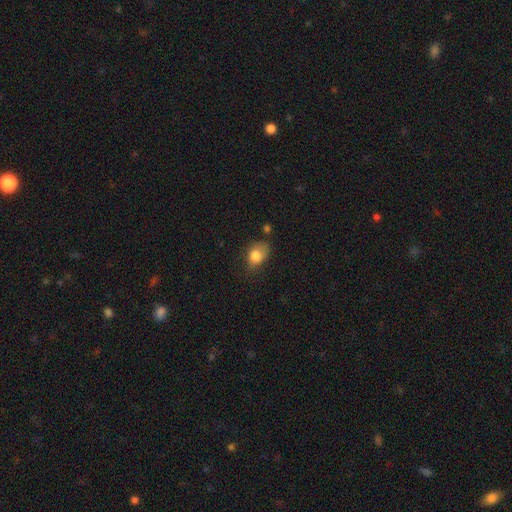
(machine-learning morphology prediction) Q: Smooth or featured?
A: smooth (81%); runner-up: featured or disk (10%)
Q: How rounded?
A: in between (71%); runner-up: round (27%)
Q: Merging?
A: none (45%); runner-up: minor disturbance (36%)